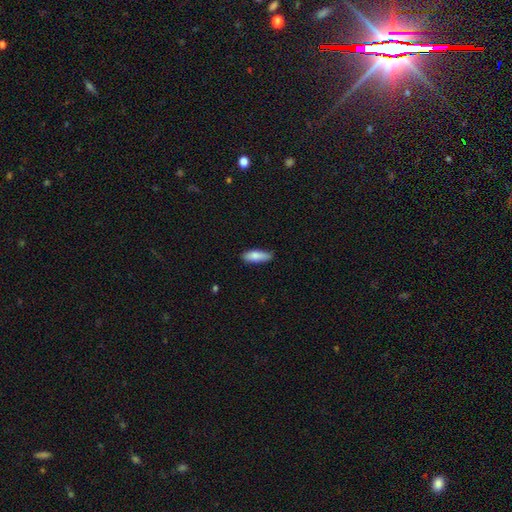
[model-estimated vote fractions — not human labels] smooth 81%, featured or disk 13%, star or artifact 6%. Down the decision tree: how rounded — in between (61%); merging — none (82%).